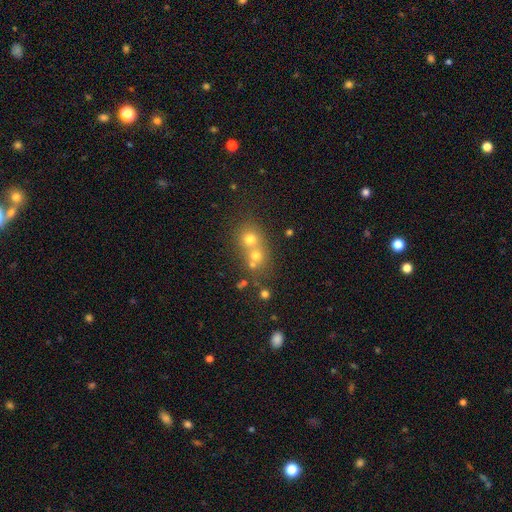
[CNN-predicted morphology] Smooth or featured: smooth — 66% (featured or disk — 18%)
How rounded: round — 79% (in between — 20%)
Merging: merger — 56% (none — 34%)